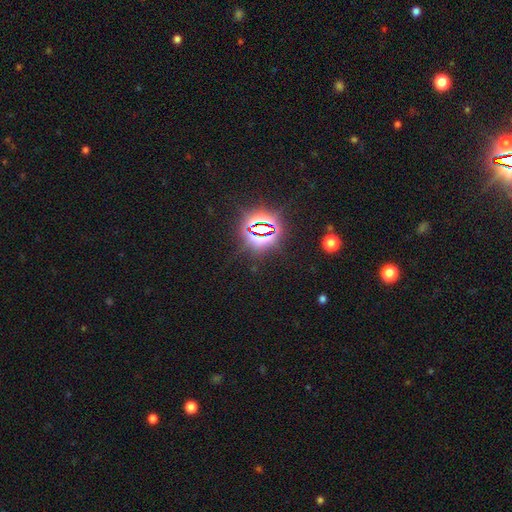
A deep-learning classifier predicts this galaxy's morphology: Q: Smooth or featured?
A: star or artifact (81%); runner-up: smooth (12%)